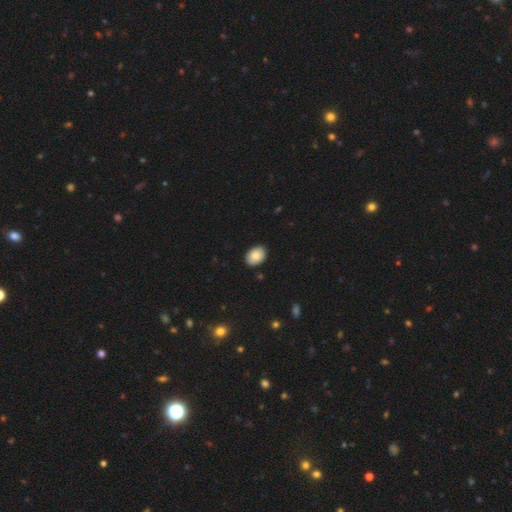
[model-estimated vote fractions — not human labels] Smooth or featured?
  - smooth: 84% *
  - featured or disk: 9%
  - star or artifact: 7%
How rounded?
  - in between: 77% *
  - round: 22%
  - cigar-shaped: 1%
Merging?
  - none: 88% *
  - minor disturbance: 9%
  - major disturbance: 2%
  - merger: 1%